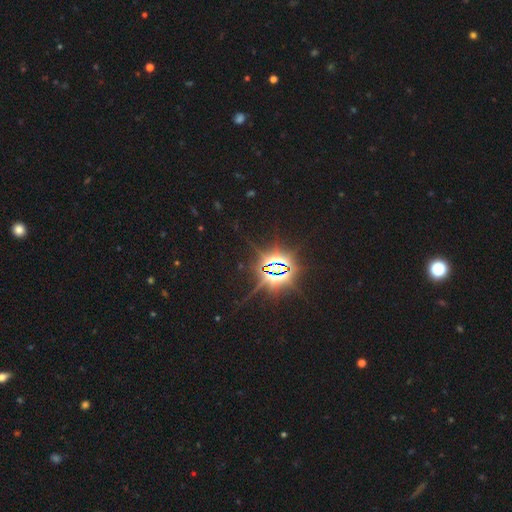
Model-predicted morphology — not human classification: smooth-or-featured: star or artifact: 87% | smooth: 8% | featured or disk: 5%